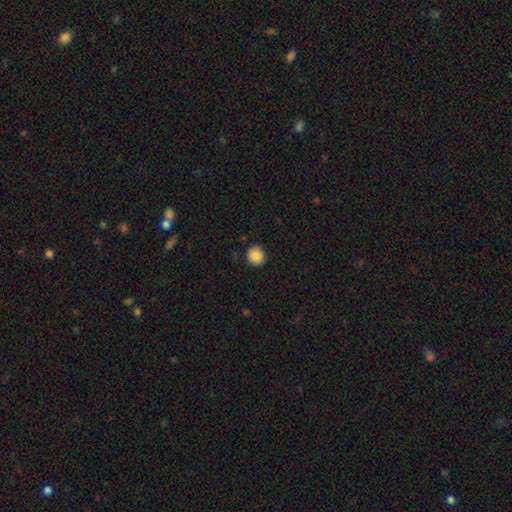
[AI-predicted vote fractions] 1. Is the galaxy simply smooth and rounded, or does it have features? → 88% smooth, 9% star or artifact, 3% featured or disk.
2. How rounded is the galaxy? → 84% round, 15% in between, 1% cigar-shaped.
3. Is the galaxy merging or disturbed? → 88% none, 9% minor disturbance, 2% major disturbance, 1% merger.